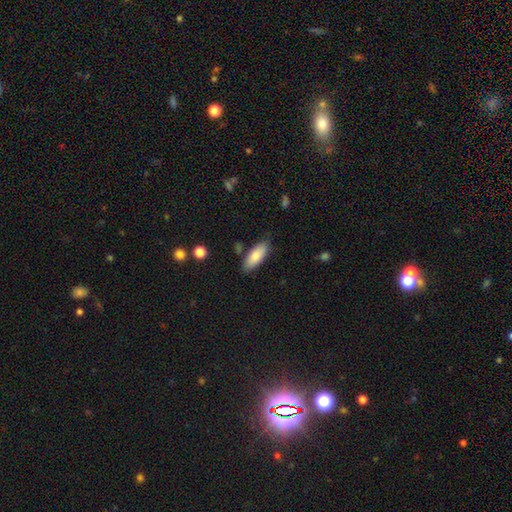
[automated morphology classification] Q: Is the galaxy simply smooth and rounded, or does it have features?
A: smooth — 81%.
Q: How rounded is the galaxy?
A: in between — 74%.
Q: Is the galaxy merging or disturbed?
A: none — 81%.